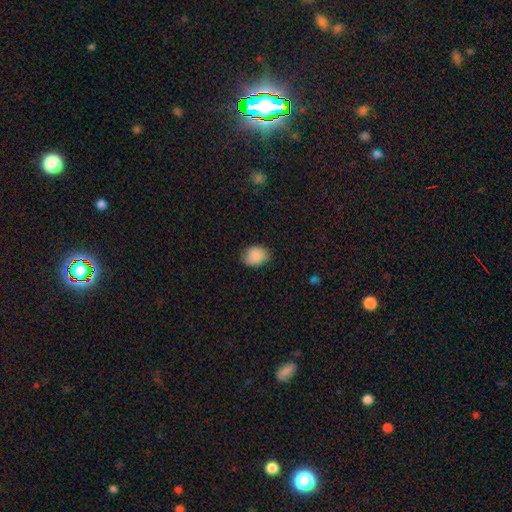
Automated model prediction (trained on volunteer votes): Smooth or featured? Predicted: smooth (p=0.87). How rounded? Predicted: in between (p=0.58). Merging? Predicted: none (p=0.74).